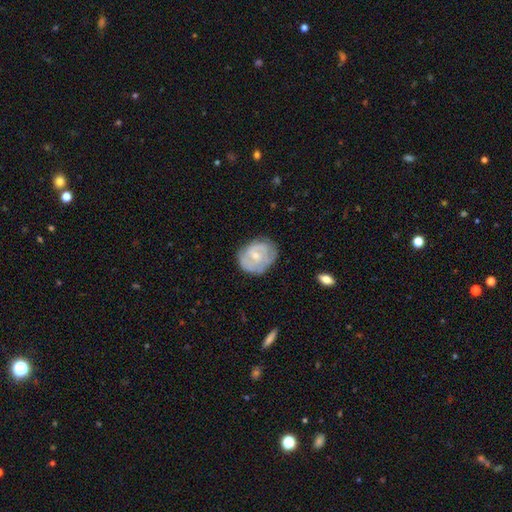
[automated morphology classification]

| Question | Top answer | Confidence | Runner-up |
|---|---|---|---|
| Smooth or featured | featured or disk | 61% | smooth (33%) |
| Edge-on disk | no | 97% | yes (3%) |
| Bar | no | 63% | weak (32%) |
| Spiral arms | yes | 72% | no (28%) |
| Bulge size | small | 62% | moderate (32%) |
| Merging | none | 66% | minor disturbance (24%) |